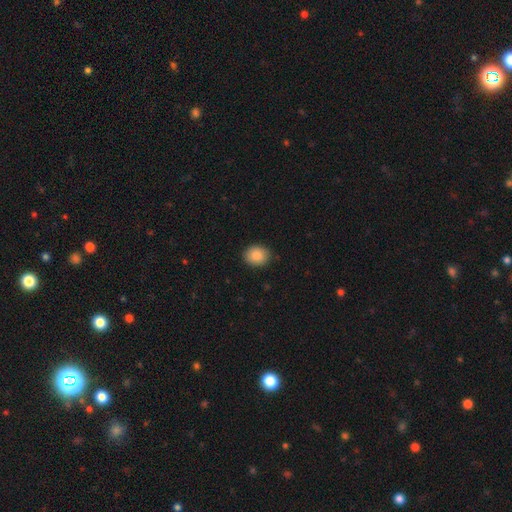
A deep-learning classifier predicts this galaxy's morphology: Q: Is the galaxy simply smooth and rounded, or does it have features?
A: smooth — 87%.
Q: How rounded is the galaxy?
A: round — 56%.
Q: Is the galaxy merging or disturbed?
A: none — 88%.